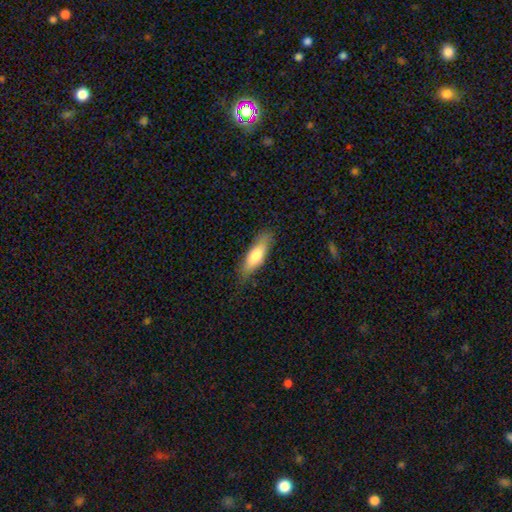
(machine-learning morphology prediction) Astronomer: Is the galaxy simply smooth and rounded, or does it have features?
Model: smooth — 73%.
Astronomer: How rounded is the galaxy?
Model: in between — 55% (runner-up: cigar-shaped, 43%).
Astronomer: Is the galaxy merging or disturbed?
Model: none — 77%.